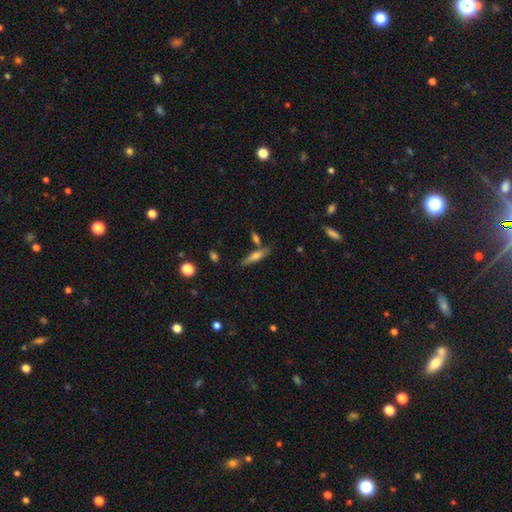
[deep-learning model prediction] A smooth galaxy with no disk features (60%) that is cigar-shaped (72%).

Vote fractions:
- Smooth or featured? smooth: 60% / featured or disk: 33% / star or artifact: 7%
- How rounded? cigar-shaped: 72% / in between: 26% / round: 2%
- Merging? none: 71% / merger: 13% / minor disturbance: 13% / major disturbance: 3%